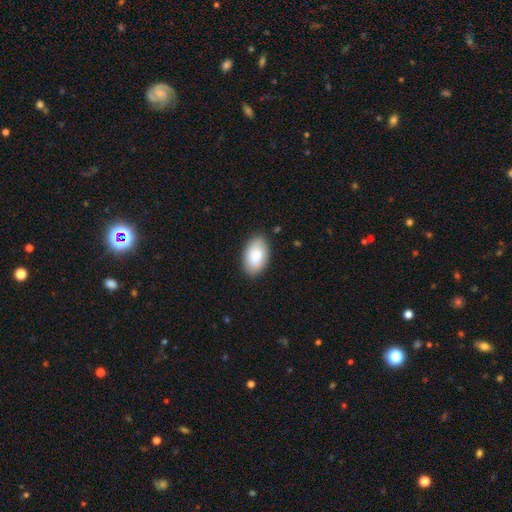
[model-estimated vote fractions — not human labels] Q: Smooth or featured?
A: smooth (88%); runner-up: featured or disk (7%)
Q: How rounded?
A: in between (95%); runner-up: round (4%)
Q: Merging?
A: none (85%); runner-up: minor disturbance (12%)